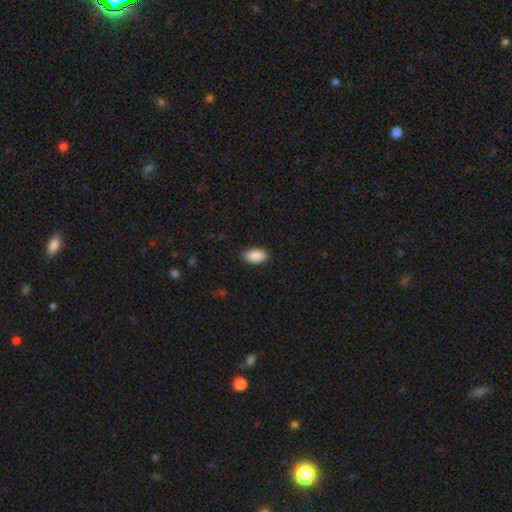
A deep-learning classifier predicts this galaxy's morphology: type=smooth (90%); roundness=in between (94%); merging=none (86%).